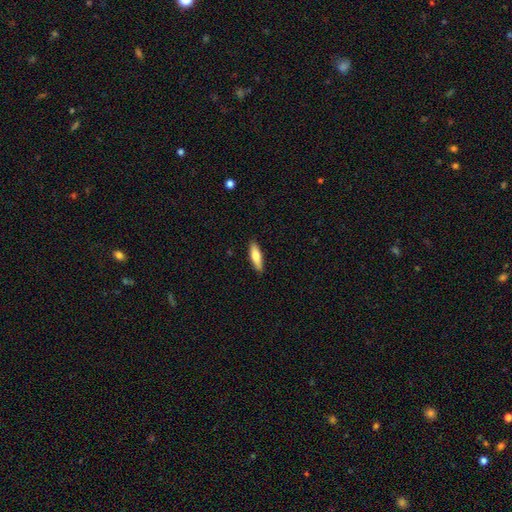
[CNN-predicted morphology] Smooth or featured? smooth (70%)
How rounded? cigar-shaped (59%)
Merging? none (89%)